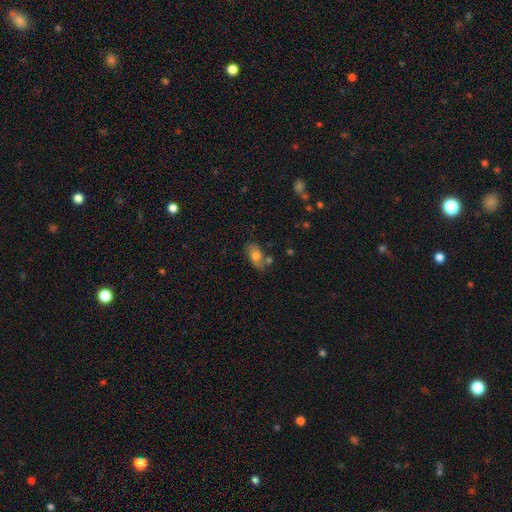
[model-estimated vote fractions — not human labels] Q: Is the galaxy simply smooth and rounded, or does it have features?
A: smooth — 60%.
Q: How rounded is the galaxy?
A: in between — 86%.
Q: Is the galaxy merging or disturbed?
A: none — 58%.